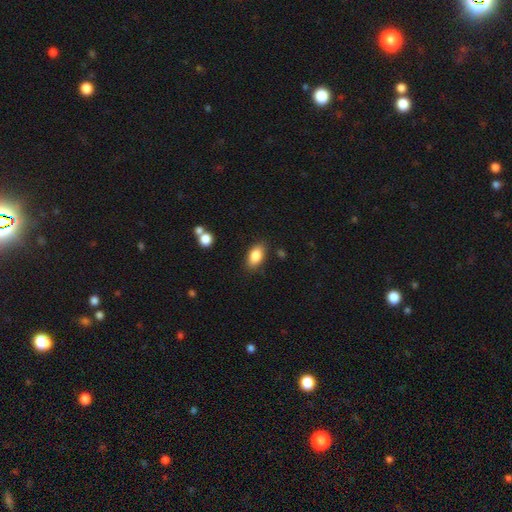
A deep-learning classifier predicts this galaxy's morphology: Overall: smooth (85%). How rounded: in between (90%). Merging: none (83%).